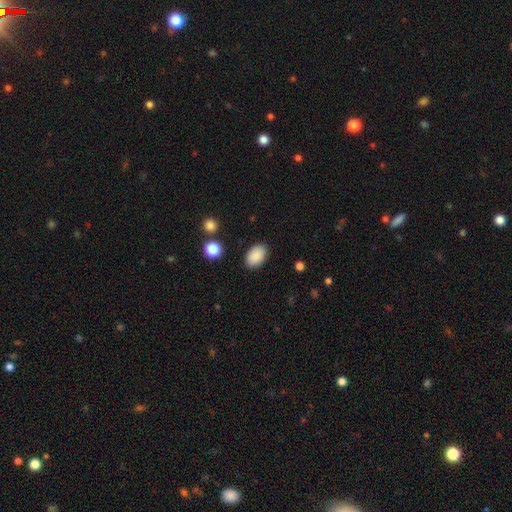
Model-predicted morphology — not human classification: smooth-or-featured: smooth: 89% | star or artifact: 8% | featured or disk: 4%
  how-rounded: in between: 89% | round: 10% | cigar-shaped: 1%
  merging: none: 87% | minor disturbance: 9% | major disturbance: 2% | merger: 1%